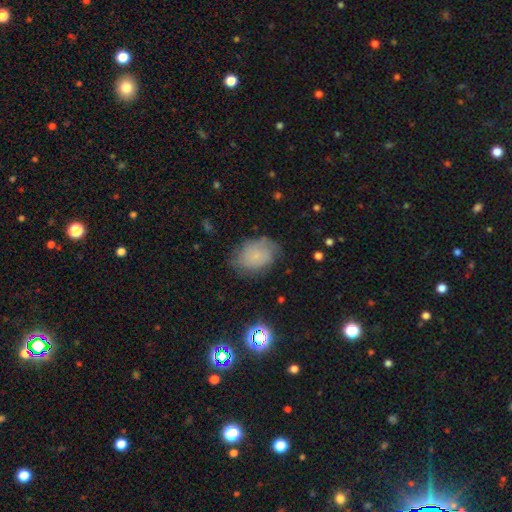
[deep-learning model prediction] Q: Smooth or featured?
A: smooth (50%); runner-up: featured or disk (38%)
Q: Merging?
A: none (66%); runner-up: minor disturbance (23%)